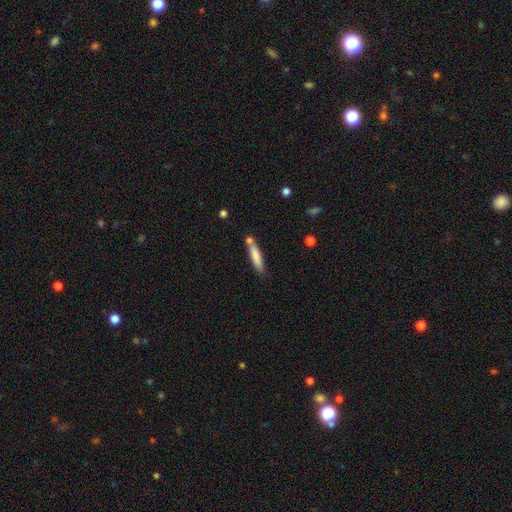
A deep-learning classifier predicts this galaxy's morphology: Overall: smooth (78%). How rounded: cigar-shaped (85%). Merging: none (68%).